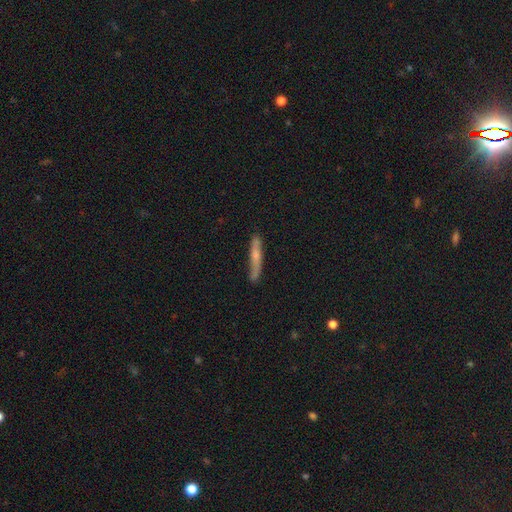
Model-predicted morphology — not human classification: Smooth or featured?
  - smooth: 52% *
  - featured or disk: 42%
  - star or artifact: 6%
How rounded?
  - cigar-shaped: 93% *
  - in between: 5%
  - round: 2%
Merging?
  - none: 78% *
  - minor disturbance: 17%
  - major disturbance: 3%
  - merger: 2%